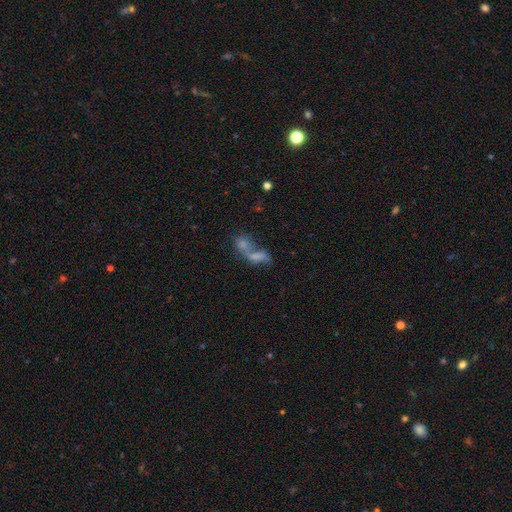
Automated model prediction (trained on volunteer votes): smooth_or_featured: smooth (p=0.50) [alt: featured or disk p=0.35]
merging: merger (p=0.63) [alt: none p=0.19]